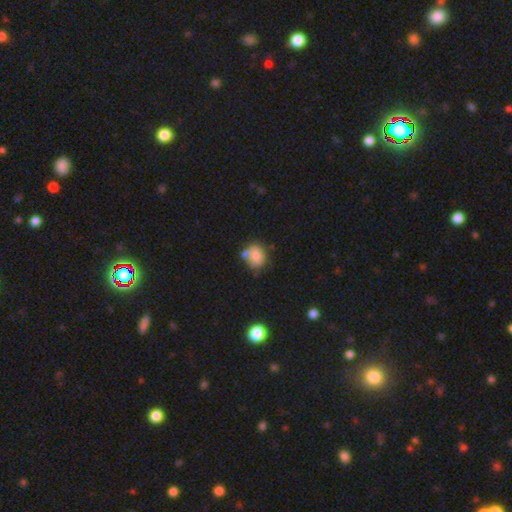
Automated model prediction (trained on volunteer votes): smooth_or_featured: smooth (p=0.79) [alt: featured or disk p=0.12]
how_rounded: in between (p=0.52) [alt: round p=0.47]
merging: none (p=0.48) [alt: merger p=0.26]